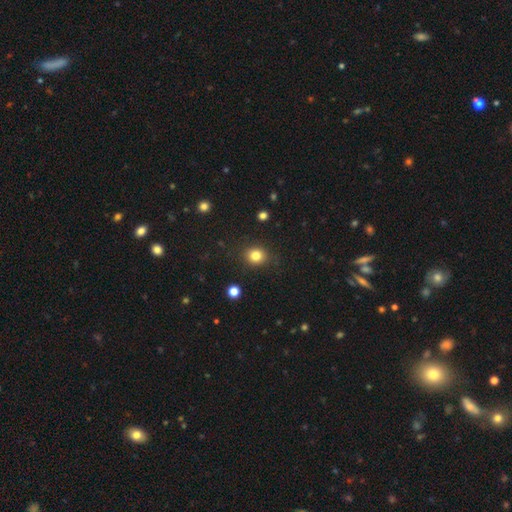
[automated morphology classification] type=smooth (82%); roundness=round (81%); merging=none (88%).